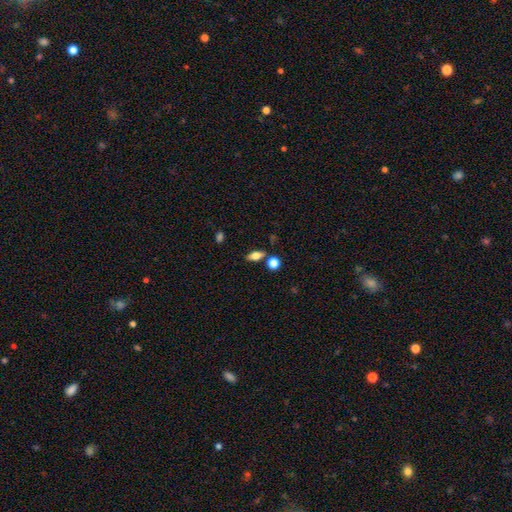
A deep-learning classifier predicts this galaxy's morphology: smooth_or_featured: smooth (p=0.68) [alt: featured or disk p=0.23]
how_rounded: in between (p=0.78) [alt: cigar-shaped p=0.13]
merging: none (p=0.78) [alt: minor disturbance p=0.11]